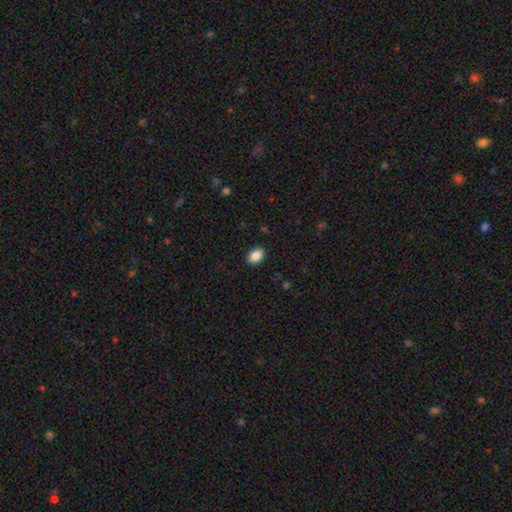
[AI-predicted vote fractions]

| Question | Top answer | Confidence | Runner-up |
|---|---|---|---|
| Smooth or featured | smooth | 87% | star or artifact (8%) |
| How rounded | in between | 83% | round (16%) |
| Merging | none | 89% | minor disturbance (8%) |